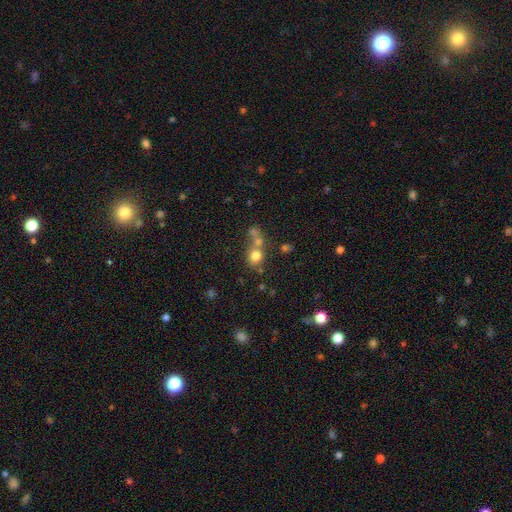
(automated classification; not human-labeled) Morphology: type=smooth (73%); roundness=round (80%); merging=none (44%).